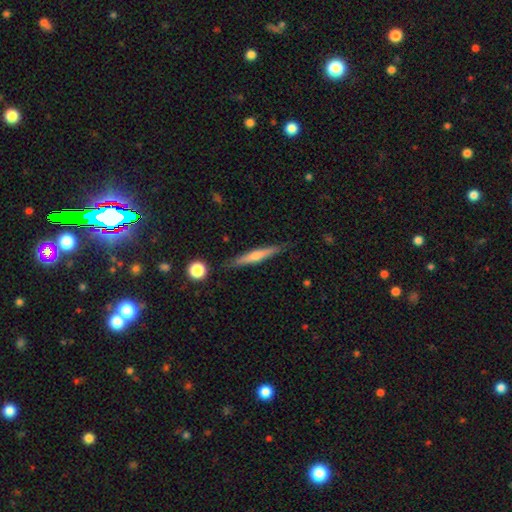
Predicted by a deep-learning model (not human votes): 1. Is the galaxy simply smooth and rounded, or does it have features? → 51% featured or disk, 43% smooth, 6% star or artifact.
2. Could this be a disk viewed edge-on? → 96% yes, 4% no.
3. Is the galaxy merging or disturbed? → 87% none, 9% minor disturbance, 2% merger, 2% major disturbance.